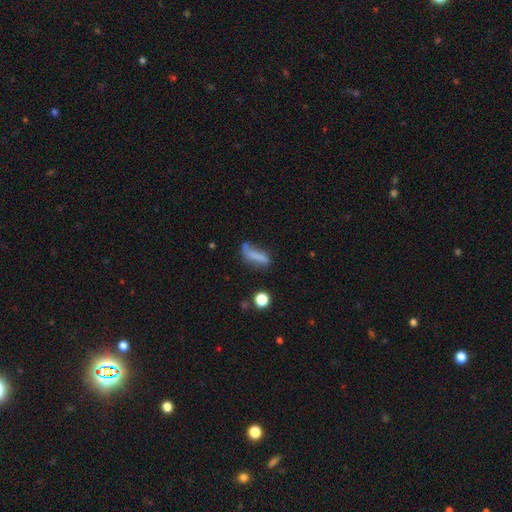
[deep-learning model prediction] smooth_or_featured: smooth (p=0.64) [alt: featured or disk p=0.24]
how_rounded: cigar-shaped (p=0.52) [alt: in between p=0.44]
merging: none (p=0.42) [alt: minor disturbance p=0.29]